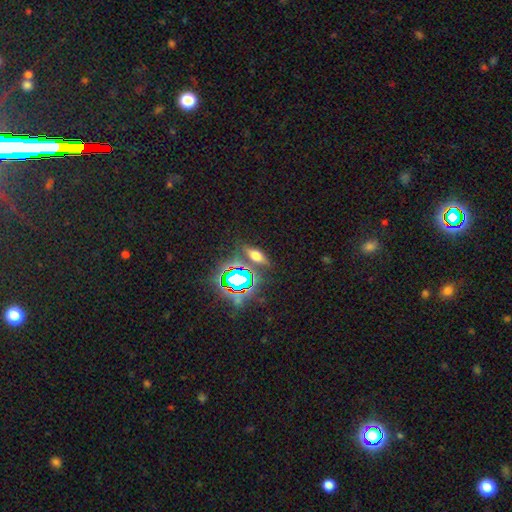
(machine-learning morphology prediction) smooth_or_featured: smooth (p=0.44) [alt: star or artifact p=0.36]
merging: none (p=0.81) [alt: minor disturbance p=0.10]